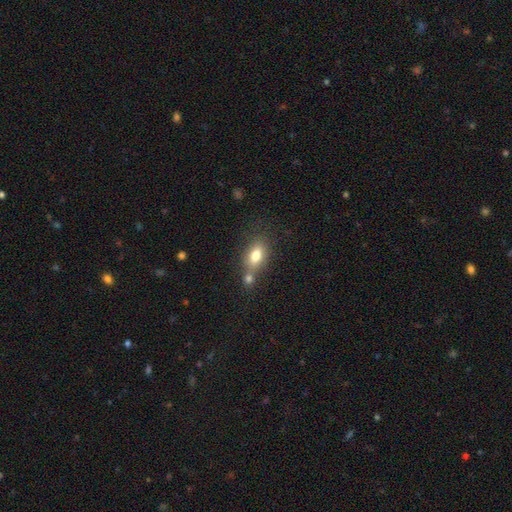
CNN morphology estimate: A smooth galaxy with no disk features (77%) that is in between round and cigar-shaped (82%). Merging: none (48%).